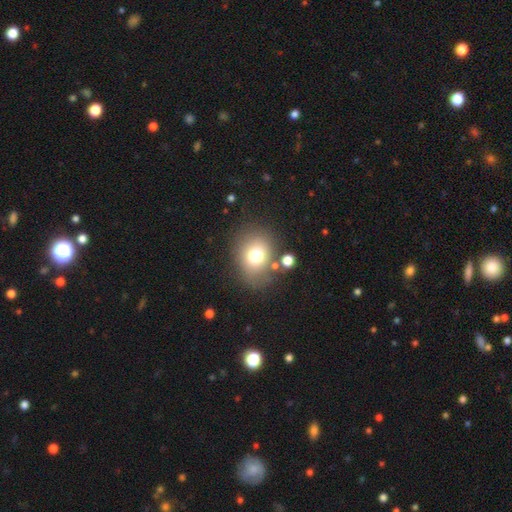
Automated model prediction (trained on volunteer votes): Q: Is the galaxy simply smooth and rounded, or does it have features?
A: smooth — 73%.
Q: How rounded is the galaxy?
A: round — 55%.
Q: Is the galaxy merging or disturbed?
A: none — 72%.